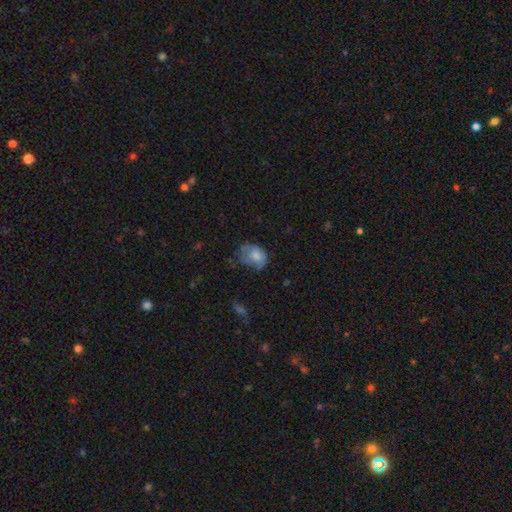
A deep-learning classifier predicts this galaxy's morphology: A smooth galaxy with no disk features (73%) that is in between round and cigar-shaped (64%). Merging: none (36%).